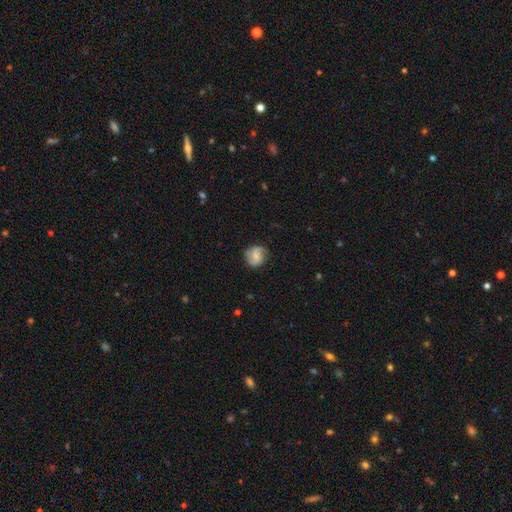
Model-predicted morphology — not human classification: This is likely a featured or disk galaxy (61%). It is clearly not viewed edge-on (98%). Bar: possibly no (52%). Spiral arm pattern: clearly yes (92%). Spiral arm count: likely 2 (79%). Spiral winding: possibly medium (47%). Central bulge: possibly small (50%). Merging: likely none (74%).